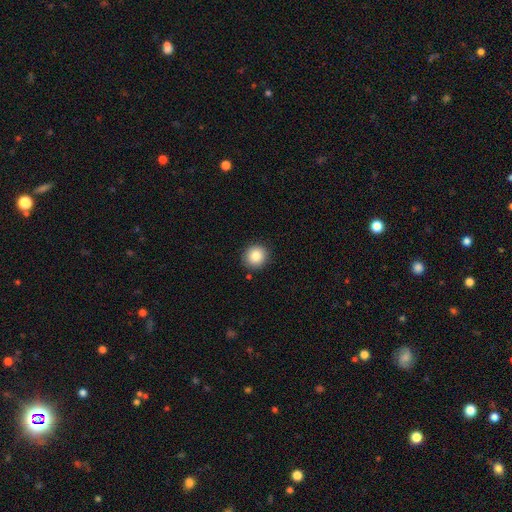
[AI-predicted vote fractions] A smooth galaxy with no disk features (86%) that is round (91%). Merging: none (89%).